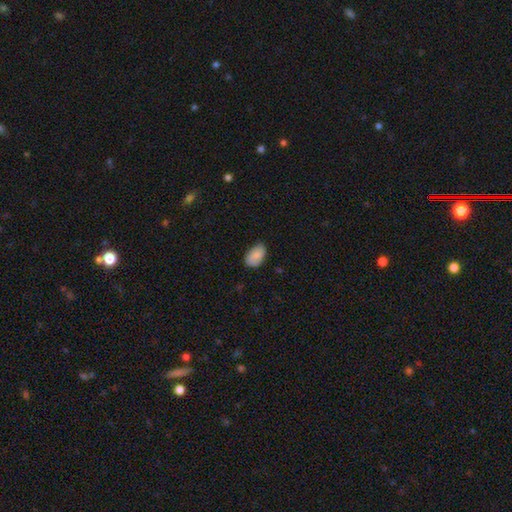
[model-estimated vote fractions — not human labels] Q: Smooth or featured?
A: smooth (82%); runner-up: featured or disk (11%)
Q: How rounded?
A: in between (92%); runner-up: round (7%)
Q: Merging?
A: none (68%); runner-up: minor disturbance (26%)